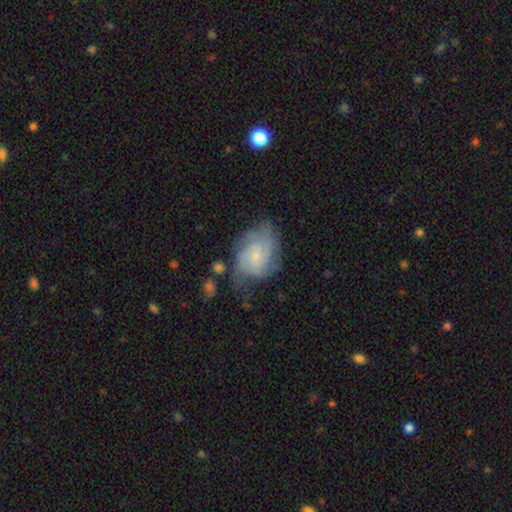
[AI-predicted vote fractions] Overall: featured or disk (73%). Edge-on disk: no (98%). Bar: no (70%). Spiral arms: yes (92%). Spiral arm count: 2 (28%, tied with can't tell). Spiral winding: tight (46%; medium 40%). Bulge size: small (75%). Merging: none (51%; minor disturbance 26%).